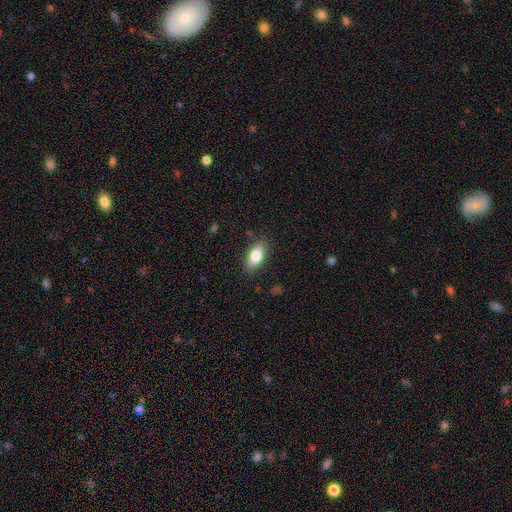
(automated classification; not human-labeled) A smooth galaxy with no disk features (80%) that is in between round and cigar-shaped (87%). Merging: none (86%).